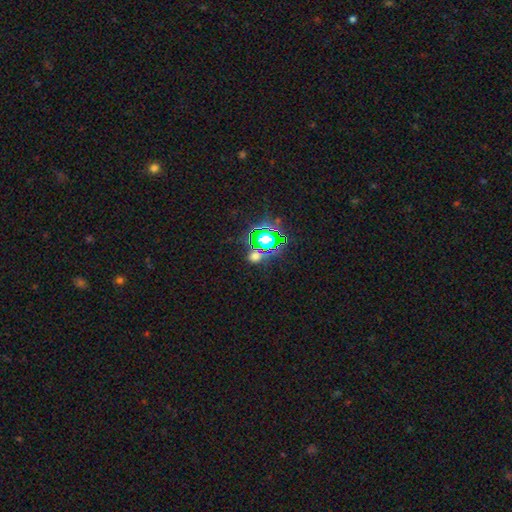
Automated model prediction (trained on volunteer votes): star or artifact 58%, smooth 32%, featured or disk 10%.